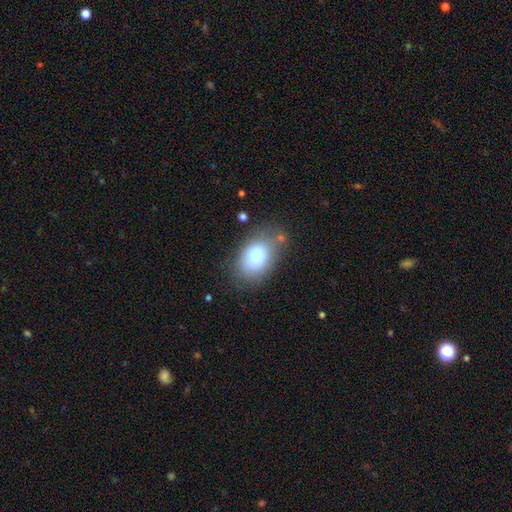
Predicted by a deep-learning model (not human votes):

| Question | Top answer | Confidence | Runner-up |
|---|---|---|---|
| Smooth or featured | smooth | 81% | featured or disk (11%) |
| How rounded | in between | 86% | round (13%) |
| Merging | none | 65% | minor disturbance (22%) |